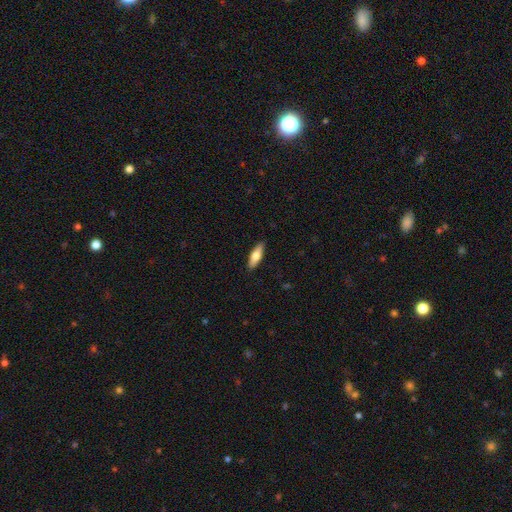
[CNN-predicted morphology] Overall: smooth (64%; featured or disk 30%). How rounded: in between (51%; cigar-shaped 46%). Merging: none (89%).